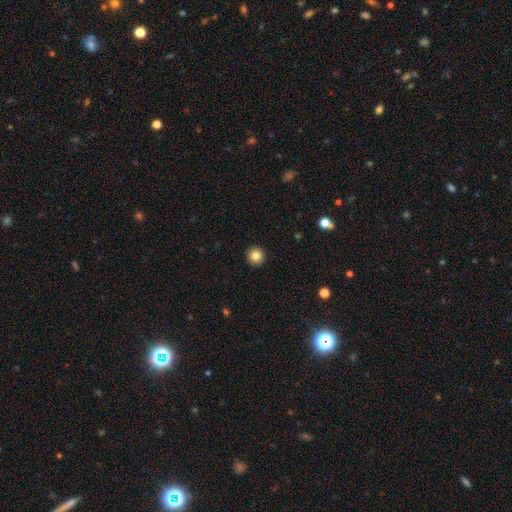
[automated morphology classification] Q: Smooth or featured?
A: smooth (83%); runner-up: star or artifact (10%)
Q: How rounded?
A: round (95%); runner-up: in between (4%)
Q: Merging?
A: none (93%); runner-up: minor disturbance (4%)